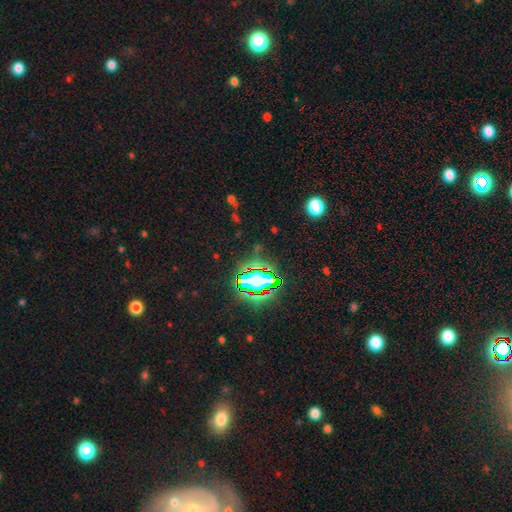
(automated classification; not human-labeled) Smooth or featured?
  - star or artifact: 73% *
  - smooth: 17%
  - featured or disk: 10%